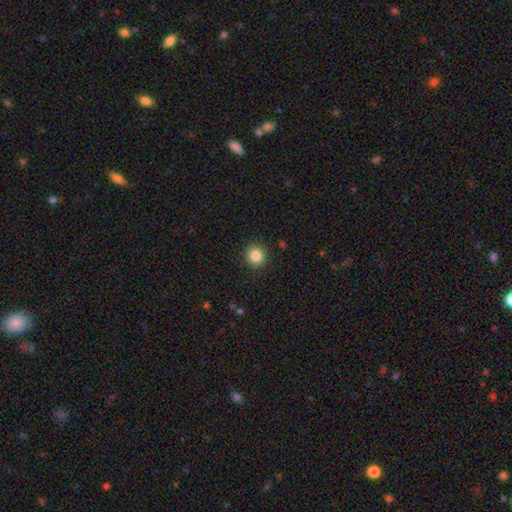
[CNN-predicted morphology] Q: Smooth or featured?
A: smooth (85%); runner-up: star or artifact (11%)
Q: How rounded?
A: round (93%); runner-up: in between (6%)
Q: Merging?
A: none (91%); runner-up: minor disturbance (6%)